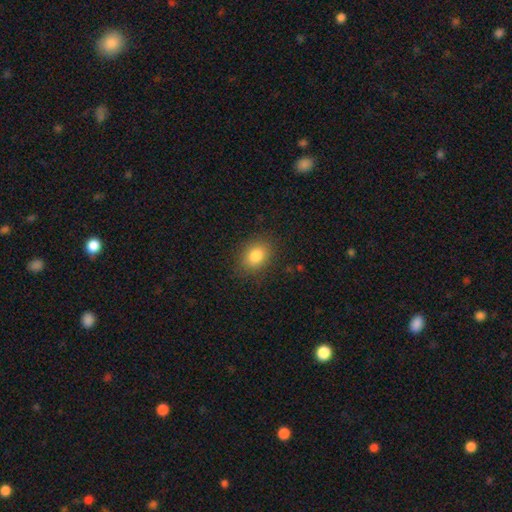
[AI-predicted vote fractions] smooth 84%, star or artifact 9%, featured or disk 7%. Down the decision tree: how rounded — in between (64%); merging — none (85%).